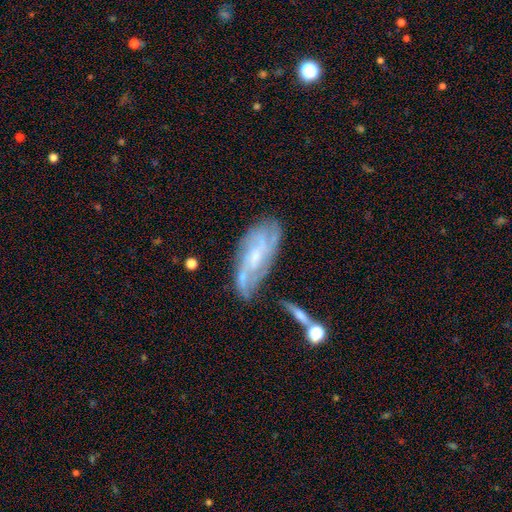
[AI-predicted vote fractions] This is likely a featured or disk galaxy (73%). It is clearly not viewed edge-on (90%). Bar: possibly no (56%). Spiral arm pattern: clearly yes (86%). Spiral arm count: marginally can't tell (40%). Spiral winding: marginally tight (43%). Central bulge: possibly small (54%). Merging: likely none (64%).